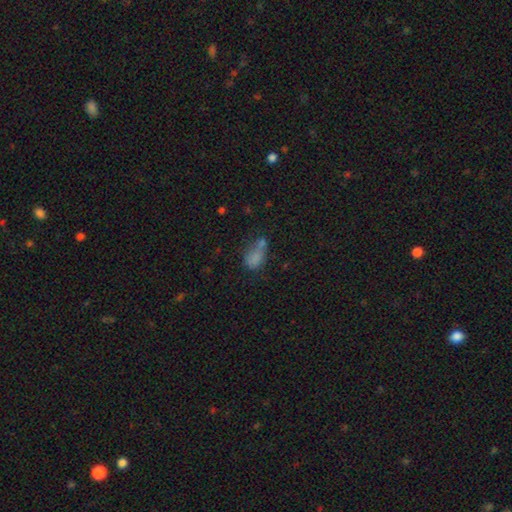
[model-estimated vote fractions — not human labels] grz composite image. It shows a smooth galaxy with no disk features (71%) that is in between round and cigar-shaped (78%). Merging: merger (37%).